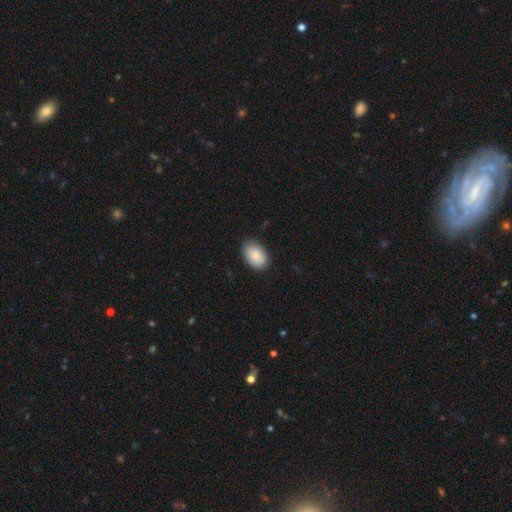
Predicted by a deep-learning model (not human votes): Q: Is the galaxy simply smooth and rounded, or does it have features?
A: smooth — 88%.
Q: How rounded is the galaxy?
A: in between — 88%.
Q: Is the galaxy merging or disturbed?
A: none — 83%.